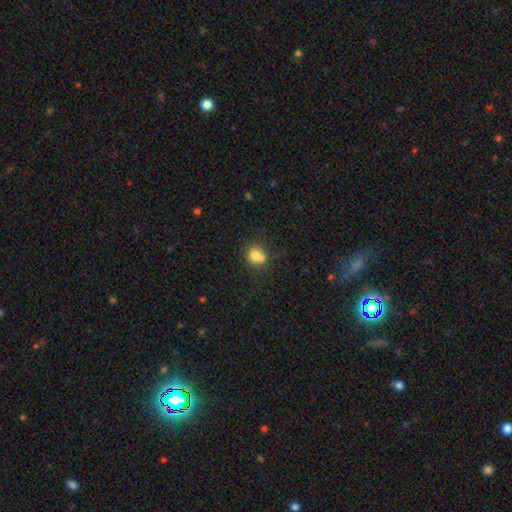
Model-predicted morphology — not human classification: smooth_or_featured: smooth (p=0.74) [alt: featured or disk p=0.14]
how_rounded: round (p=0.76) [alt: in between p=0.23]
merging: merger (p=0.45) [alt: none p=0.40]